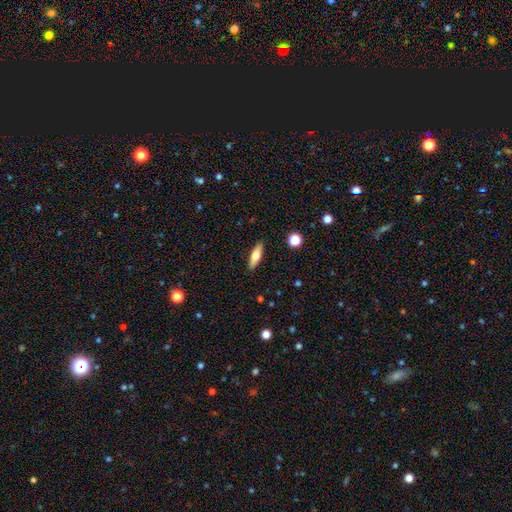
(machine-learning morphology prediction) Smooth or featured?
  - smooth: 63% *
  - featured or disk: 30%
  - star or artifact: 7%
How rounded?
  - cigar-shaped: 51% *
  - in between: 46%
  - round: 3%
Merging?
  - none: 89% *
  - minor disturbance: 8%
  - major disturbance: 2%
  - merger: 1%